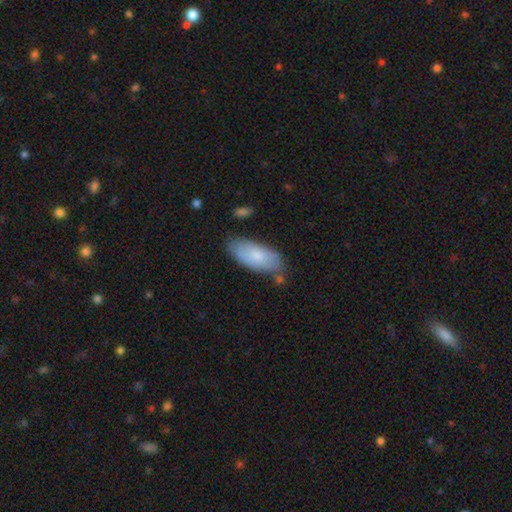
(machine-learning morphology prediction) This appears to be a smooth galaxy with no disk features (78%) that is in between round and cigar-shaped (88%). Merging: none (69%).